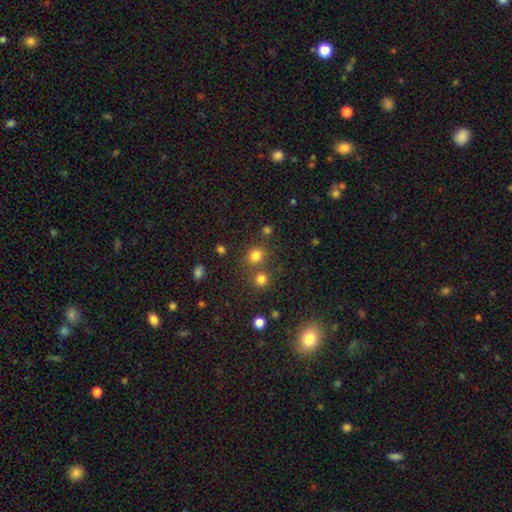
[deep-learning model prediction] This appears to be a smooth galaxy with no disk features (78%) that is round (82%). Merging: none (67%).